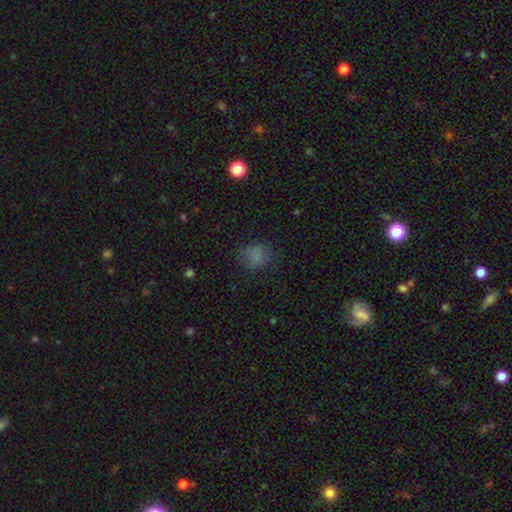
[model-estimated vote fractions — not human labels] A smooth galaxy with no disk features (76%) that is round (66%).

Vote fractions:
- Smooth or featured? smooth: 76% / star or artifact: 16% / featured or disk: 8%
- How rounded? round: 66% / in between: 33% / cigar-shaped: 1%
- Merging? none: 71% / minor disturbance: 19% / major disturbance: 9% / merger: 1%